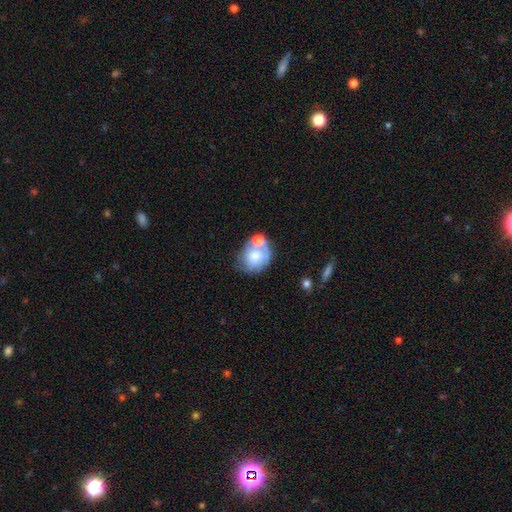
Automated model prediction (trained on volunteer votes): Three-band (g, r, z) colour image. It shows a smooth galaxy with no disk features (55%) that is round (56%). Merging: none (37%).